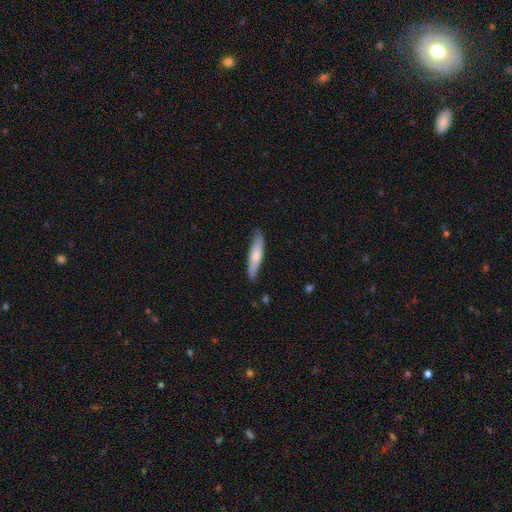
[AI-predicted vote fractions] smooth 68%, featured or disk 26%, star or artifact 5%. Down the decision tree: how rounded — cigar-shaped (80%); merging — none (83%).